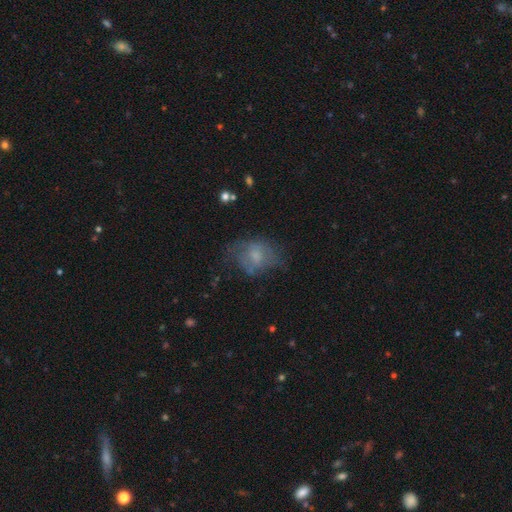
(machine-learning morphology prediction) A smooth galaxy with no disk features (51%) that is in between round and cigar-shaped (64%). Merging: none (41%).